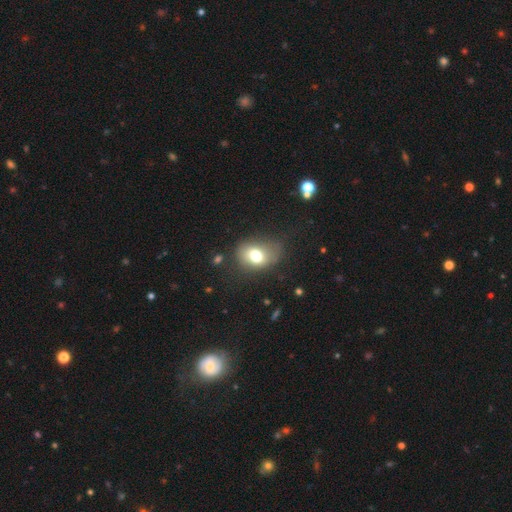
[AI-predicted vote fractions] Smooth or featured?
  - smooth: 71% *
  - featured or disk: 18%
  - star or artifact: 11%
How rounded?
  - in between: 70% *
  - round: 29%
  - cigar-shaped: 1%
Merging?
  - none: 56% *
  - minor disturbance: 27%
  - major disturbance: 14%
  - merger: 3%